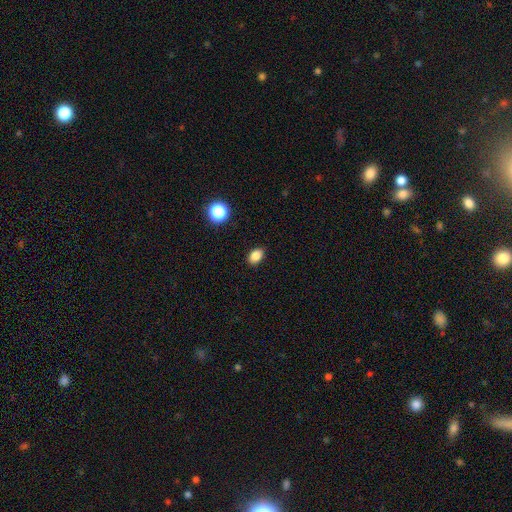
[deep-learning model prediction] Smooth or featured? smooth (84%)
How rounded? in between (80%)
Merging? none (88%)